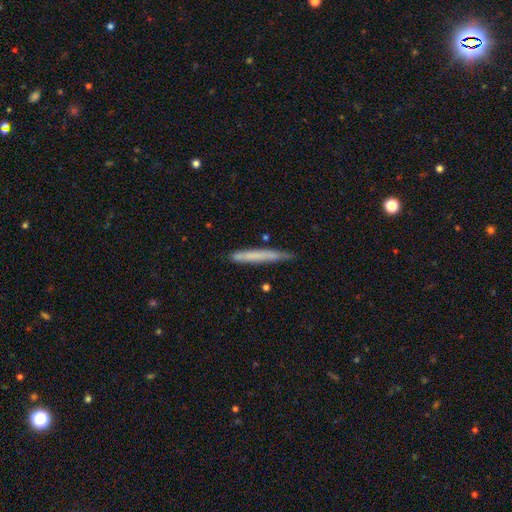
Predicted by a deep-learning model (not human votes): This appears to be a smooth galaxy with no disk features (67%) that is cigar-shaped (96%). Merging: none (78%).